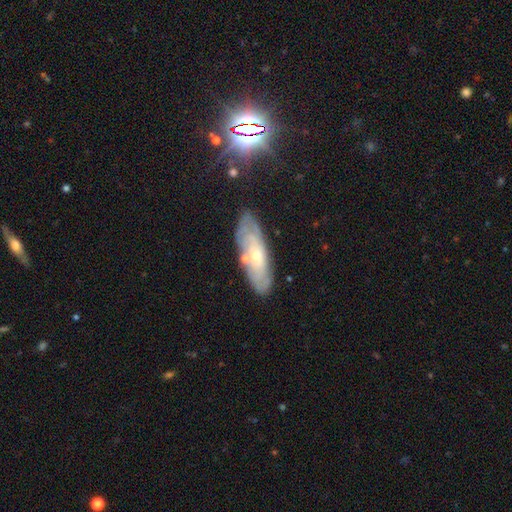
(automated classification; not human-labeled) featured or disk 58%, smooth 34%, star or artifact 8%. Down the decision tree: edge-on disk — no (77%); merging — none (76%).